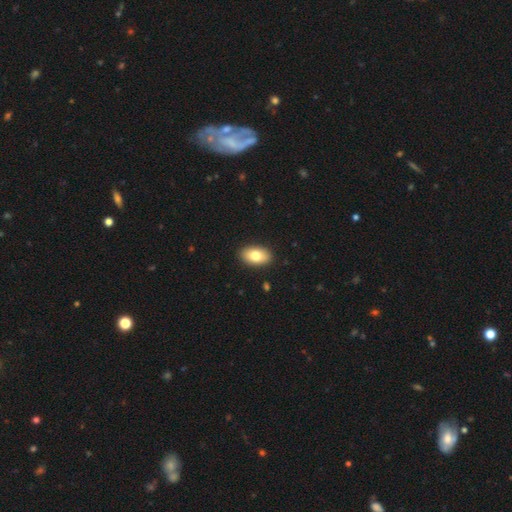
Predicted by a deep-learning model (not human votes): Smooth or featured: smooth — 79% (featured or disk — 14%)
How rounded: in between — 92% (round — 6%)
Merging: none — 90% (minor disturbance — 7%)